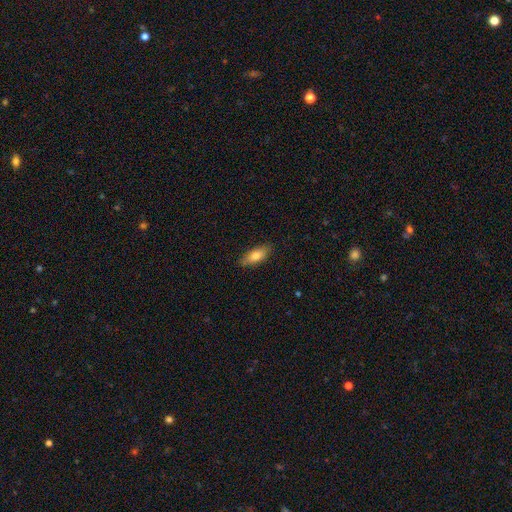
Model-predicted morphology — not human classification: Smooth or featured: smooth — 78% (featured or disk — 16%)
How rounded: in between — 73% (cigar-shaped — 25%)
Merging: none — 84% (minor disturbance — 13%)